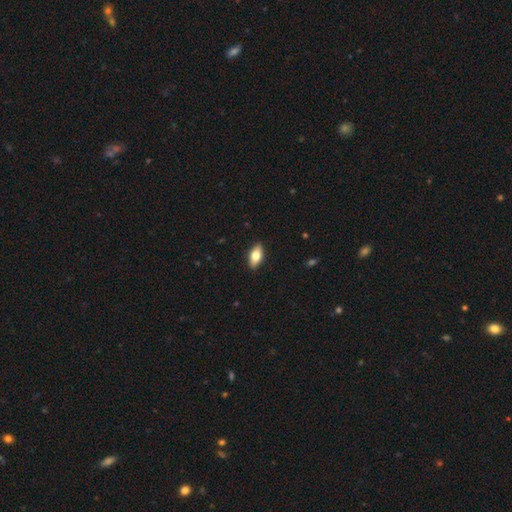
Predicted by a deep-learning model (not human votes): Overall: smooth (67%; featured or disk 27%). How rounded: in between (85%). Merging: none (89%).